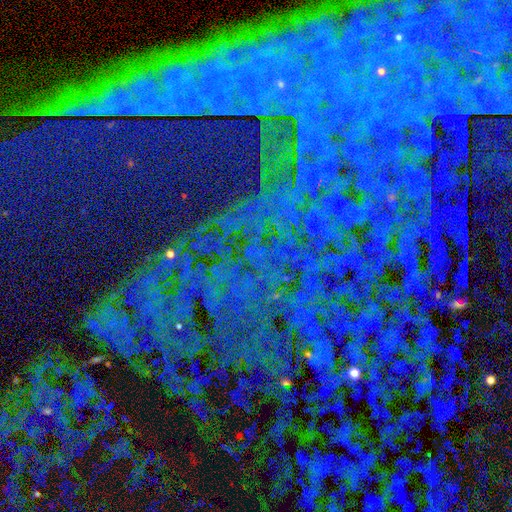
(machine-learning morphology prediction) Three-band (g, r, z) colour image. It shows a star or artifact, not a galaxy (84%).